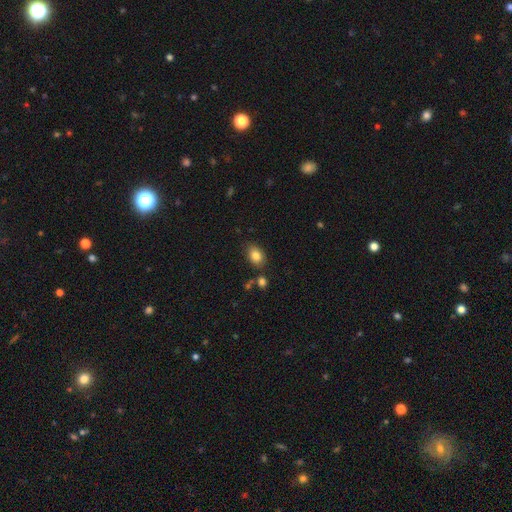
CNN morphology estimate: Overall: smooth (84%). How rounded: in between (81%). Merging: none (78%).